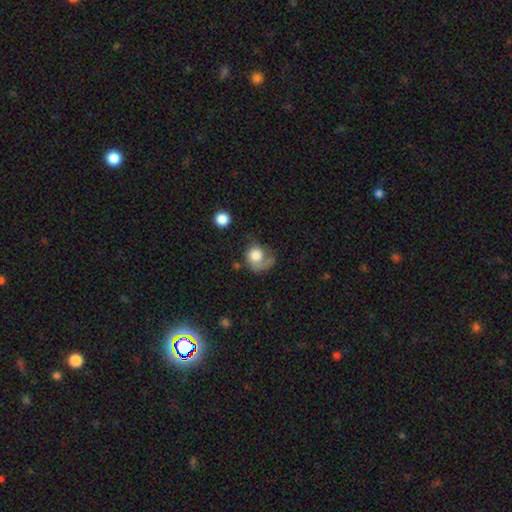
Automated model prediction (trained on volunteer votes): This appears to be a smooth galaxy with no disk features (63%) that is round (72%). Merging: major disturbance (41%).